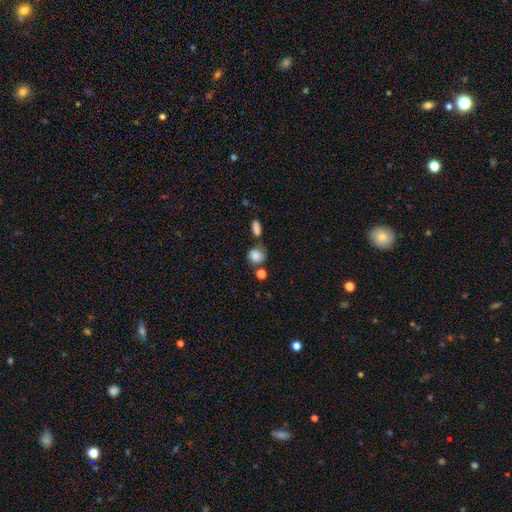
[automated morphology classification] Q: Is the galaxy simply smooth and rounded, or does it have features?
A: smooth — 84%.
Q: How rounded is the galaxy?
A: round — 76%.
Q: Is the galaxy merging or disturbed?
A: none — 57%.